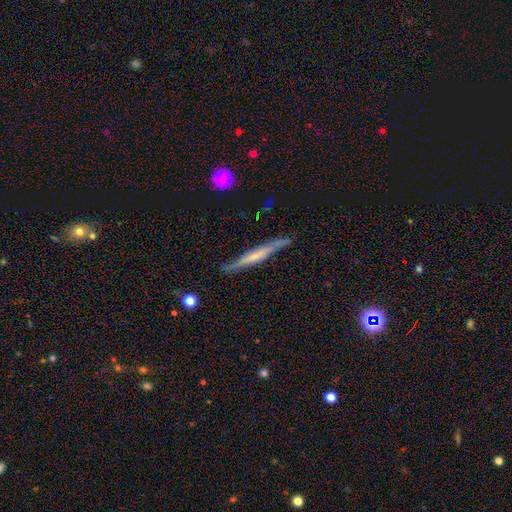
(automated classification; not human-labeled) Overall: featured or disk (63%; smooth 31%). Edge-on disk: yes (92%). Edge-on bulge: none (51%; rounded 32%). Merging: none (81%).